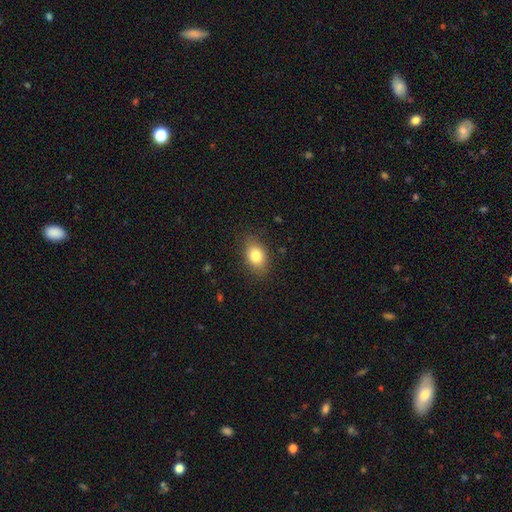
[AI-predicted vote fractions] This appears to be a smooth galaxy with no disk features (82%) that is in between round and cigar-shaped (75%). Merging: none (85%).